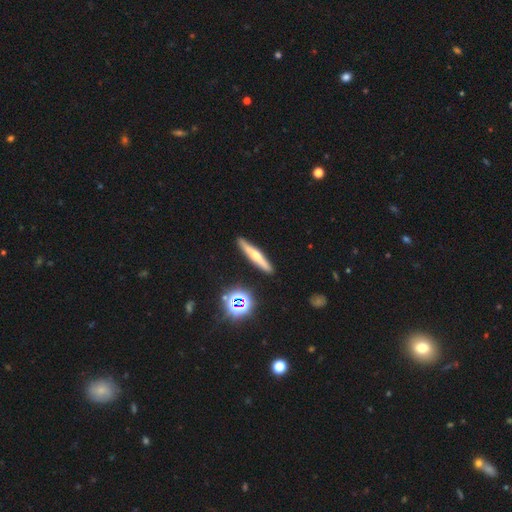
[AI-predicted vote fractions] A featured or disk galaxy (50%).

Vote fractions:
- Smooth or featured? featured or disk: 50% / smooth: 40% / star or artifact: 10%
- Merging? none: 90% / minor disturbance: 7% / merger: 2% / major disturbance: 2%